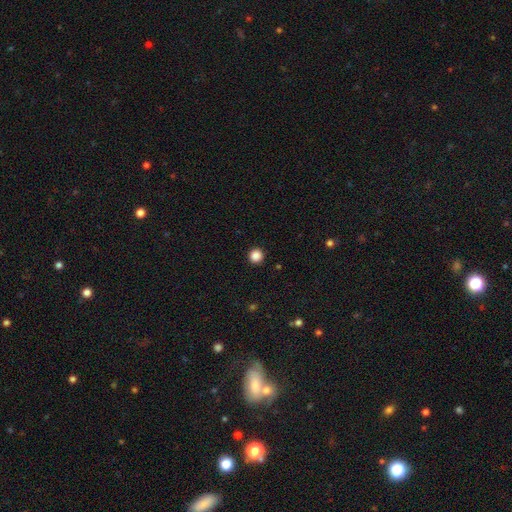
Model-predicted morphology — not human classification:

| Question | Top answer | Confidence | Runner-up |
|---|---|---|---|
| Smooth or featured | smooth | 87% | star or artifact (11%) |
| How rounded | round | 95% | in between (4%) |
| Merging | none | 93% | minor disturbance (4%) |